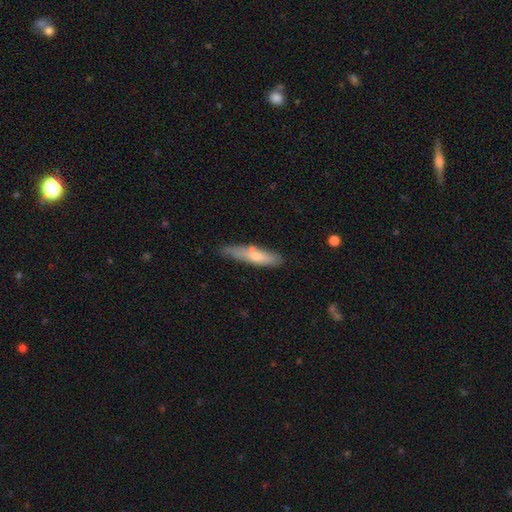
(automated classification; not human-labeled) smooth-or-featured: smooth: 68% | featured or disk: 26% | star or artifact: 6%
  how-rounded: cigar-shaped: 80% | in between: 19% | round: 2%
  merging: none: 64% | minor disturbance: 25% | merger: 6% | major disturbance: 5%